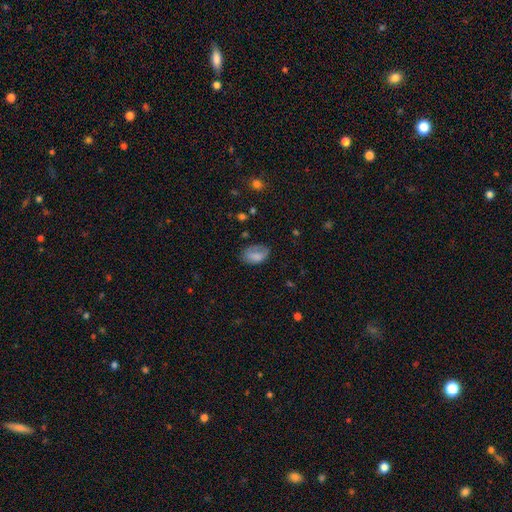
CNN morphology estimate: Smooth or featured: smooth — 77% (featured or disk — 15%)
How rounded: in between — 89% (round — 10%)
Merging: none — 58% (minor disturbance — 28%)